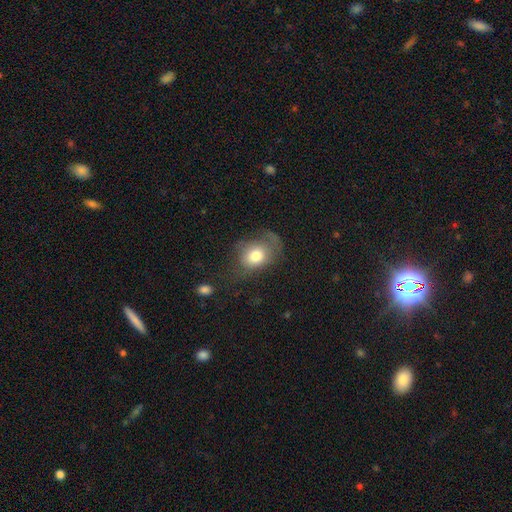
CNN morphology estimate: Smooth or featured: smooth — 71% (featured or disk — 20%)
How rounded: in between — 57% (round — 42%)
Merging: none — 38% (major disturbance — 32%)